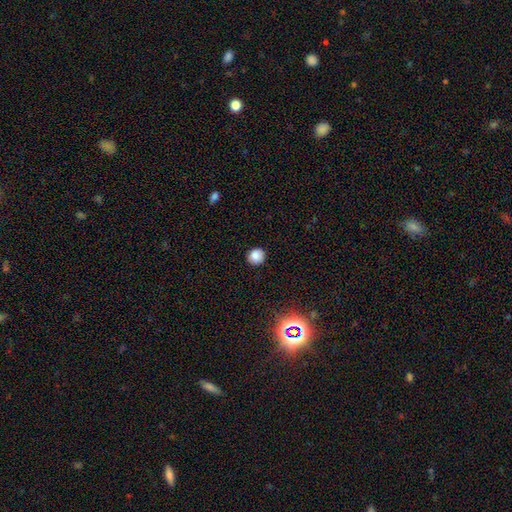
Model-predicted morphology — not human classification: This appears to be a smooth galaxy with no disk features (83%) that is round (89%). Merging: none (89%).